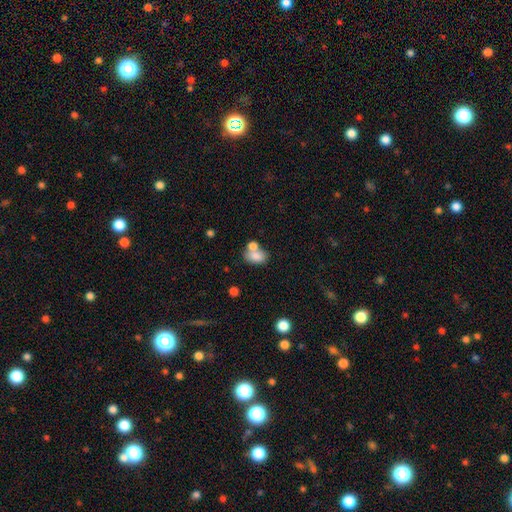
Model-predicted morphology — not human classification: Smooth or featured?
  - smooth: 79% *
  - featured or disk: 12%
  - star or artifact: 9%
How rounded?
  - in between: 79% *
  - round: 19%
  - cigar-shaped: 1%
Merging?
  - merger: 42% *
  - none: 40%
  - minor disturbance: 13%
  - major disturbance: 6%